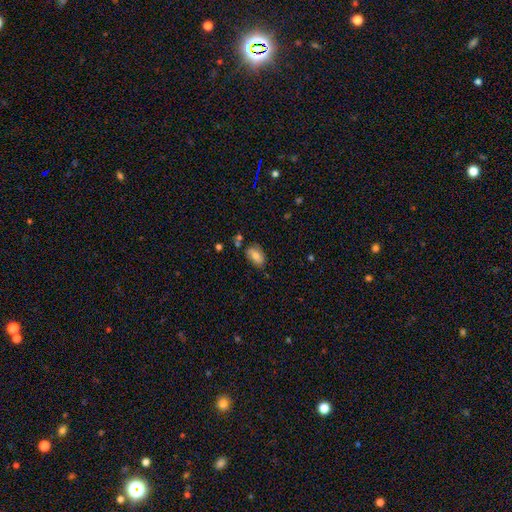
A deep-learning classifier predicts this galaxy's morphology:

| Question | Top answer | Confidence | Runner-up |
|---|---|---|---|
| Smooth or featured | smooth | 70% | featured or disk (21%) |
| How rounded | in between | 89% | round (8%) |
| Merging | none | 66% | minor disturbance (23%) |